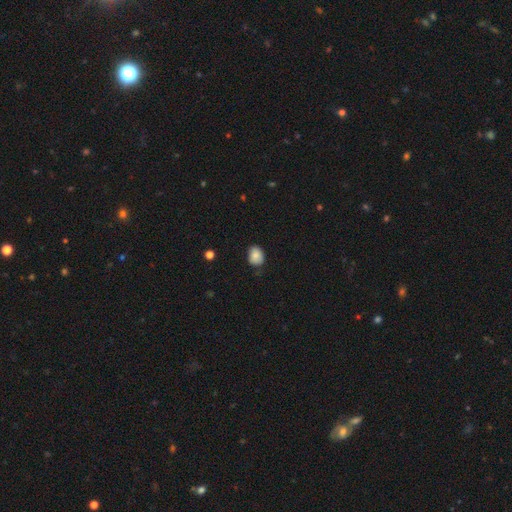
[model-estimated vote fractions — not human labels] Smooth or featured?
  - smooth: 84% *
  - star or artifact: 8%
  - featured or disk: 7%
How rounded?
  - in between: 56% *
  - round: 43%
  - cigar-shaped: 1%
Merging?
  - none: 76% *
  - minor disturbance: 20%
  - major disturbance: 3%
  - merger: 1%